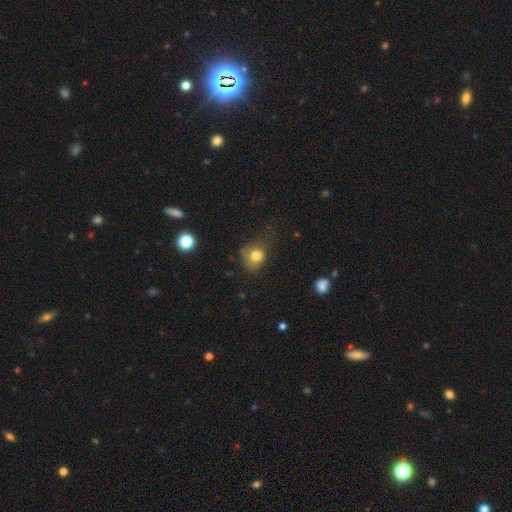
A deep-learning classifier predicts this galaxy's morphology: Smooth or featured: smooth — 79% (star or artifact — 11%)
How rounded: round — 69% (in between — 30%)
Merging: none — 45% (minor disturbance — 31%)